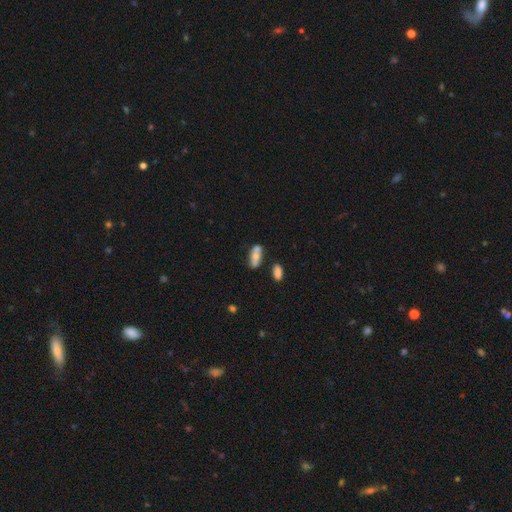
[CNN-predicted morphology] Smooth or featured? Predicted: smooth (p=0.59). How rounded? Predicted: in between (p=0.77). Merging? Predicted: none (p=0.42).